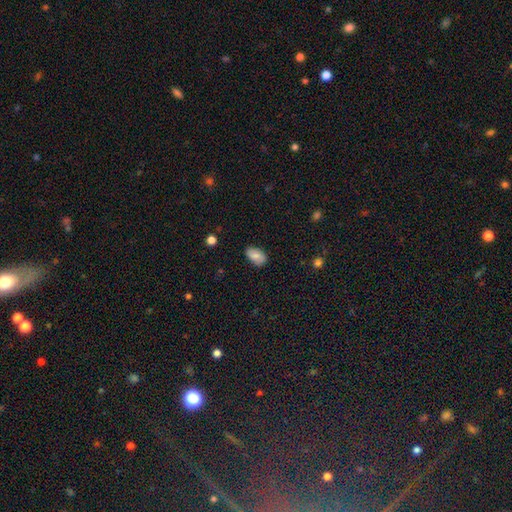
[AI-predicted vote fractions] smooth_or_featured: smooth (p=0.76) [alt: featured or disk p=0.16]
how_rounded: in between (p=0.92) [alt: round p=0.06]
merging: none (p=0.78) [alt: minor disturbance p=0.17]